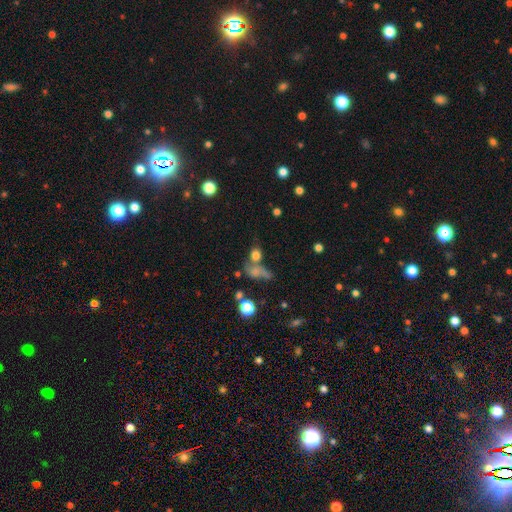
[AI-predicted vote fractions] Smooth or featured? smooth (67%)
How rounded? round (55%)
Merging? merger (39%)